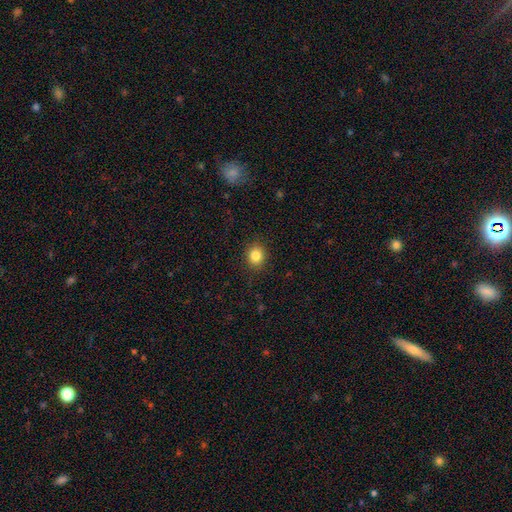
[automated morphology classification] Smooth or featured?
  - smooth: 84% *
  - star or artifact: 11%
  - featured or disk: 5%
How rounded?
  - round: 75% *
  - in between: 24%
  - cigar-shaped: 1%
Merging?
  - none: 89% *
  - minor disturbance: 7%
  - major disturbance: 2%
  - merger: 1%